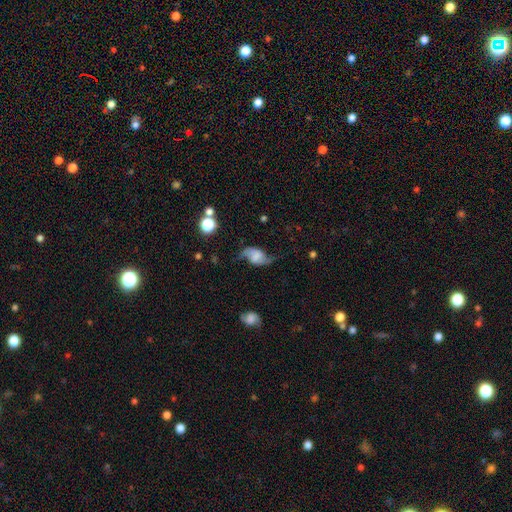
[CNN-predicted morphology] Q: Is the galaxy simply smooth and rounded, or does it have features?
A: featured or disk — 71%.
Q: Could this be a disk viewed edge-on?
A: no — 96%.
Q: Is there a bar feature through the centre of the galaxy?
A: no — 46%.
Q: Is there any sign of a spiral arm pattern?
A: yes — 93%.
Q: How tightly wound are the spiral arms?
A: loose — 77%.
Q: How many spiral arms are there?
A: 2 — 92%.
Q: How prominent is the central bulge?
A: none — 47%.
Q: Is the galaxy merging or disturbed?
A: none — 61%.